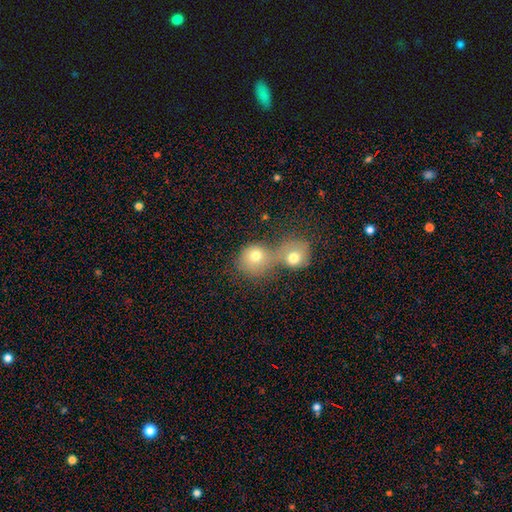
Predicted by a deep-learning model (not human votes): Smooth or featured? smooth (74%)
How rounded? round (83%)
Merging? merger (64%)